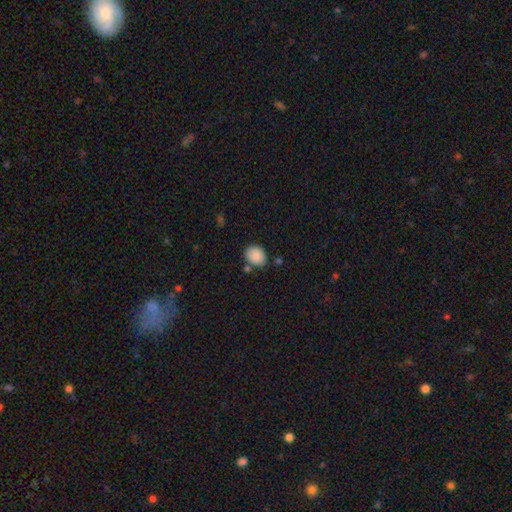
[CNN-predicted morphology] This appears to be a smooth galaxy with no disk features (89%) that is round (51%). Merging: none (76%).